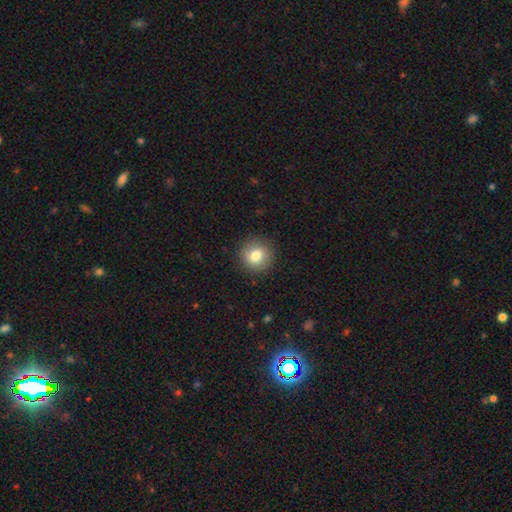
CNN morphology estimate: Smooth or featured?
  - smooth: 80% *
  - featured or disk: 10%
  - star or artifact: 10%
How rounded?
  - round: 90% *
  - in between: 9%
  - cigar-shaped: 1%
Merging?
  - none: 89% *
  - minor disturbance: 7%
  - major disturbance: 2%
  - merger: 1%